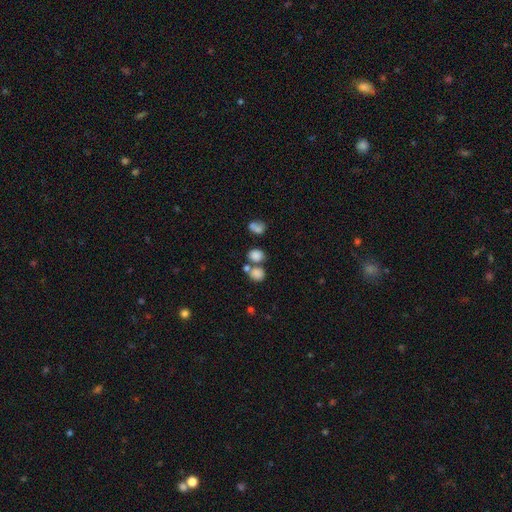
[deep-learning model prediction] This appears to be a smooth galaxy with no disk features (79%) that is round (62%). Merging: none (49%).